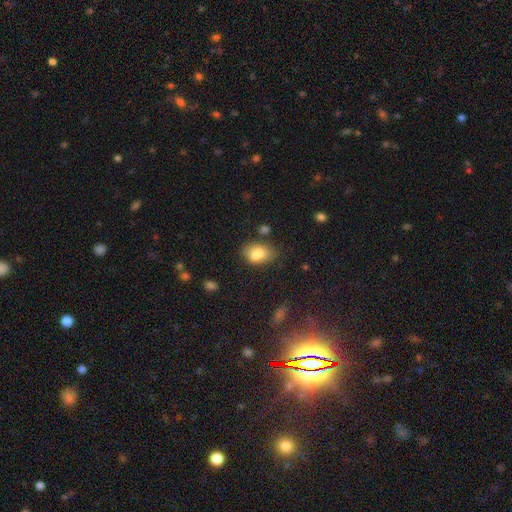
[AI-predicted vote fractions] The model was most divided on "merging": none: 59%, minor disturbance: 26%, merger: 8%, major disturbance: 7%. More confident: how rounded — in between (87%); smooth or featured — smooth (83%).